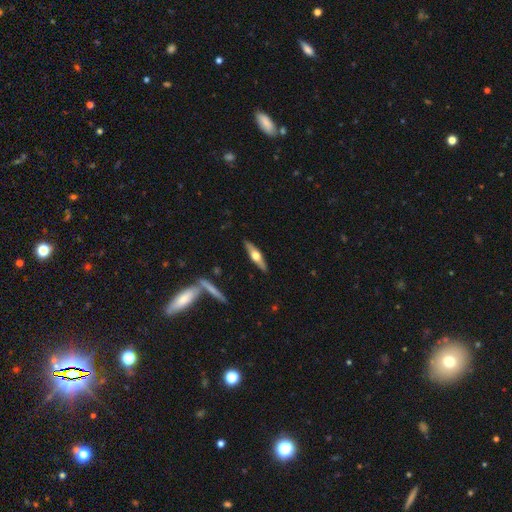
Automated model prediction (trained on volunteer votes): Smooth or featured? Predicted: featured or disk (p=0.62). Edge-on disk? Predicted: yes (p=0.93). Edge-on bulge? Predicted: rounded (p=0.94). Merging? Predicted: none (p=0.88).